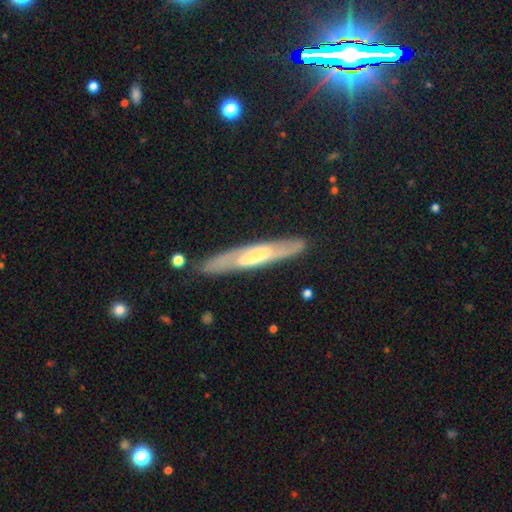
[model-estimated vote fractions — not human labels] Smooth or featured: featured or disk — 66% (smooth — 29%)
Edge-on disk: yes — 53% (no — 47%)
Merging: none — 82% (minor disturbance — 12%)